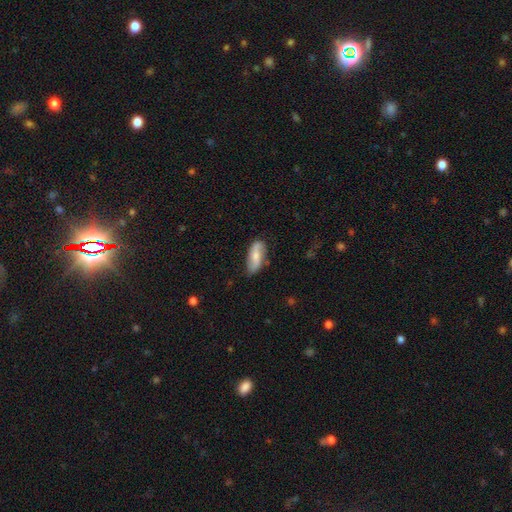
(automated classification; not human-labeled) Overall: smooth (53%; featured or disk 41%). How rounded: in between (78%). Merging: none (74%).